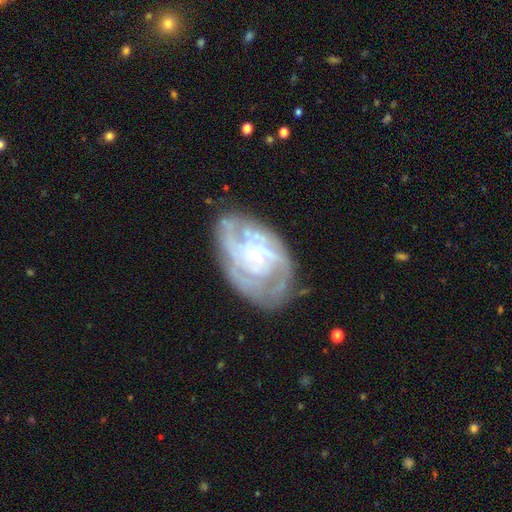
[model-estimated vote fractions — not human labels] Overall: featured or disk (79%). Edge-on disk: no (96%). Bar: no (71%). Spiral arms: yes (82%). Spiral arm count: can't tell (47%; 2 16%). Spiral winding: tight (62%; medium 28%). Bulge size: small (79%). Merging: none (64%).